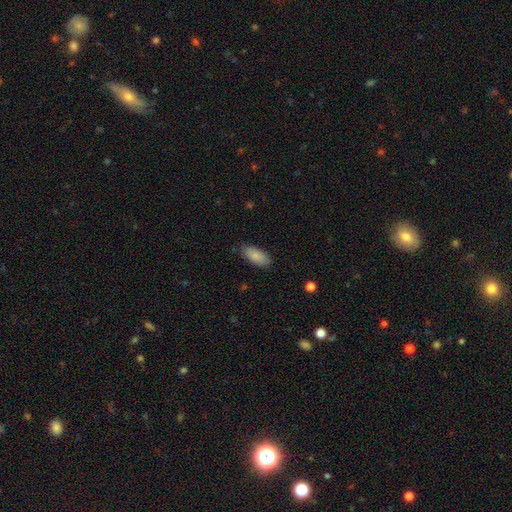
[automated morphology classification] This is clearly a smooth galaxy (86%). How rounded: clearly in between (89%). Merging: clearly none (83%).